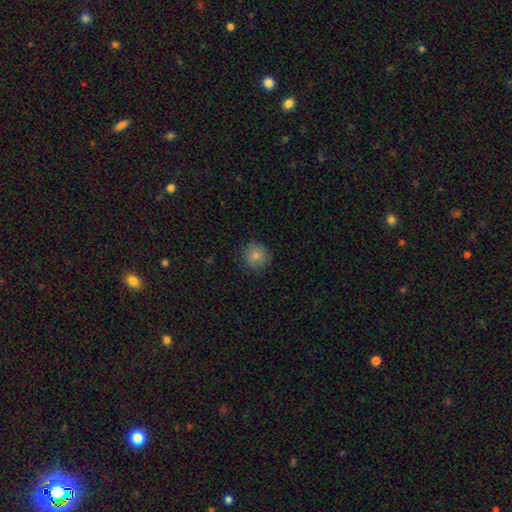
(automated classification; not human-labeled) Smooth or featured?
  - smooth: 83% *
  - star or artifact: 10%
  - featured or disk: 7%
How rounded?
  - round: 91% *
  - in between: 8%
  - cigar-shaped: 1%
Merging?
  - none: 86% *
  - minor disturbance: 11%
  - major disturbance: 3%
  - merger: 1%